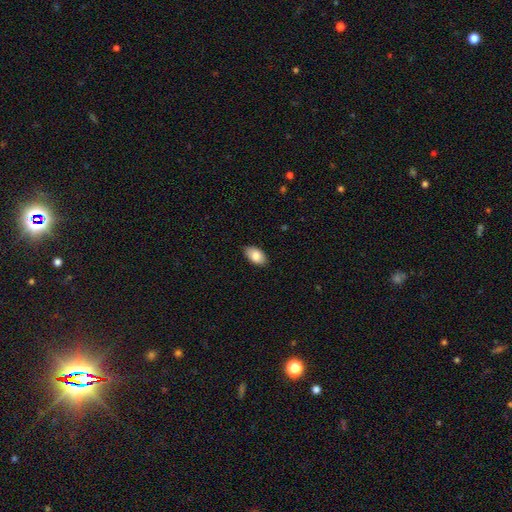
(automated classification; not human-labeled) Smooth or featured? Predicted: smooth (p=0.84). How rounded? Predicted: in between (p=0.94). Merging? Predicted: none (p=0.87).